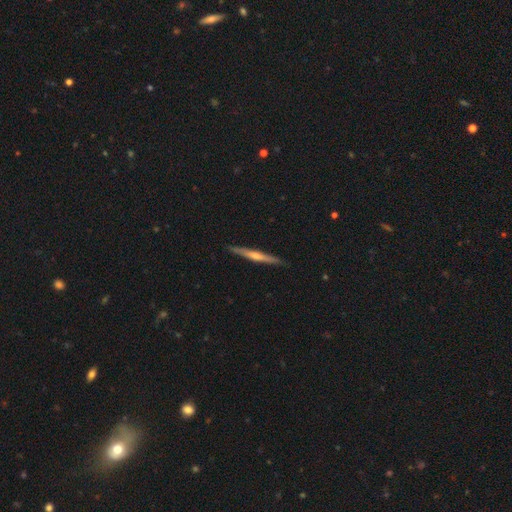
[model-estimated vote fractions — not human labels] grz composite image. It shows a featured or disk galaxy (56%) viewed edge-on (97%) with a rounded central bulge (61%). Merging: none (89%).